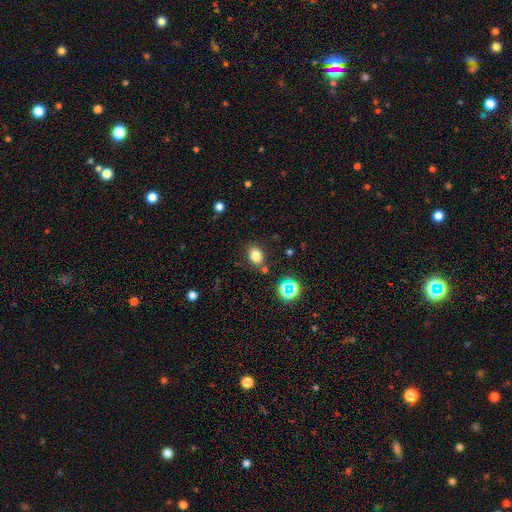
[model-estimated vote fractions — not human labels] A smooth galaxy with no disk features (77%) that is in between round and cigar-shaped (63%). Merging: none (81%).